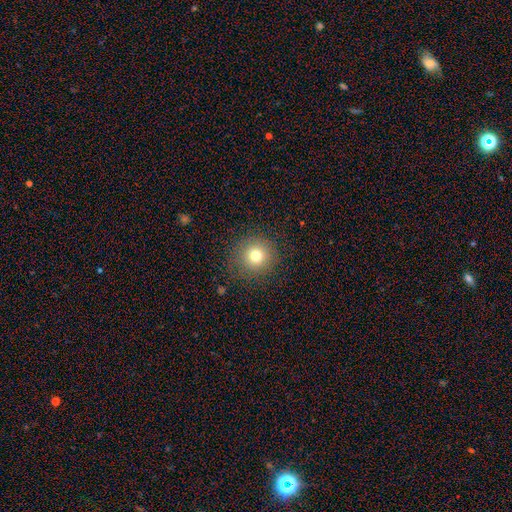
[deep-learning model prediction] Overall: smooth (76%). How rounded: round (93%). Merging: none (87%).